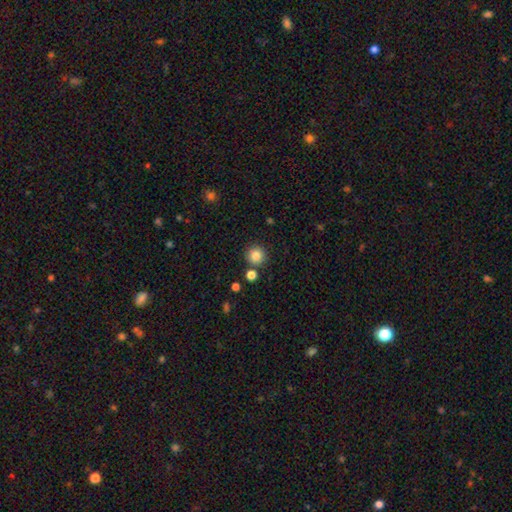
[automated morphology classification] Smooth or featured? Predicted: smooth (p=0.83). How rounded? Predicted: round (p=0.94). Merging? Predicted: none (p=0.84).